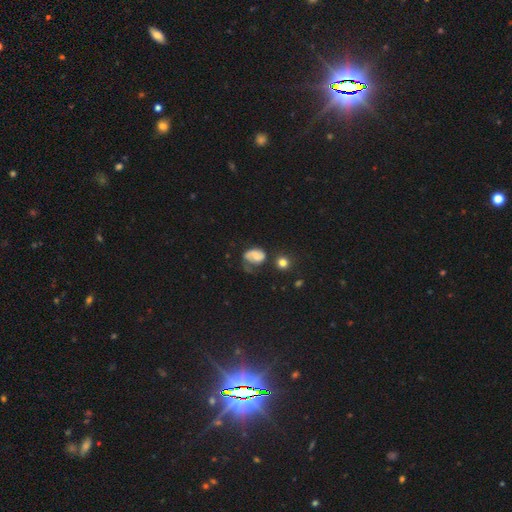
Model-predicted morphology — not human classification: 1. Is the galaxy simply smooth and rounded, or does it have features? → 50% featured or disk, 40% smooth, 10% star or artifact.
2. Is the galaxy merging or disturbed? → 34% major disturbance, 32% none, 26% minor disturbance, 8% merger.